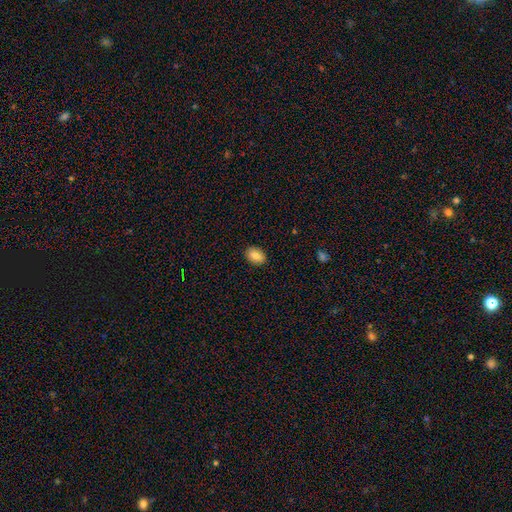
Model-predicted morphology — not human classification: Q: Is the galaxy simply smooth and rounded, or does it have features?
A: smooth — 85%.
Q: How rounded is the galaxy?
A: in between — 80%.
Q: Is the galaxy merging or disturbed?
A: none — 89%.